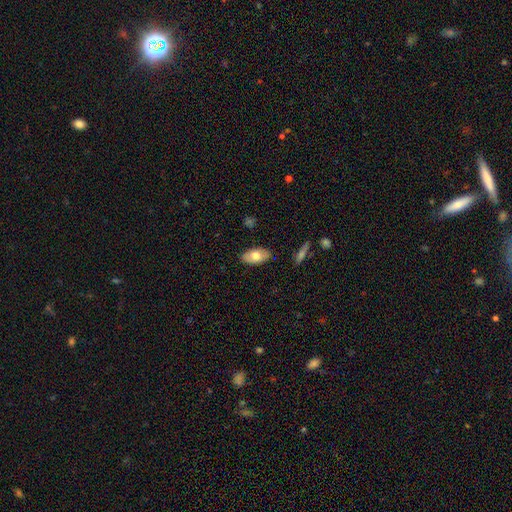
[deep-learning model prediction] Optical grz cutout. It shows a smooth galaxy with no disk features (70%) that is in between round and cigar-shaped (94%). Merging: none (86%).